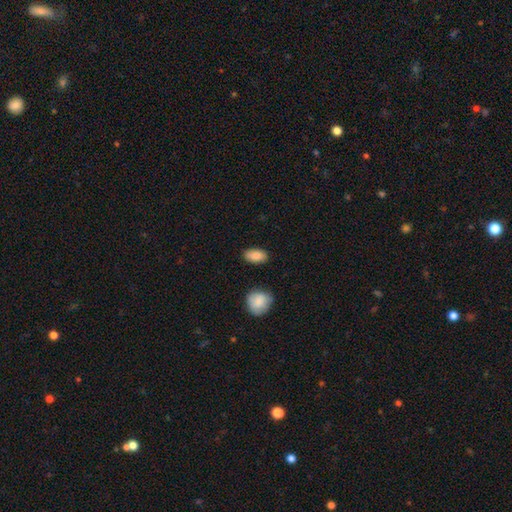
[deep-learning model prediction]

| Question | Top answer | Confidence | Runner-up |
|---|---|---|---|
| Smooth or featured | smooth | 87% | star or artifact (7%) |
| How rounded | in between | 92% | round (5%) |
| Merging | none | 85% | minor disturbance (10%) |